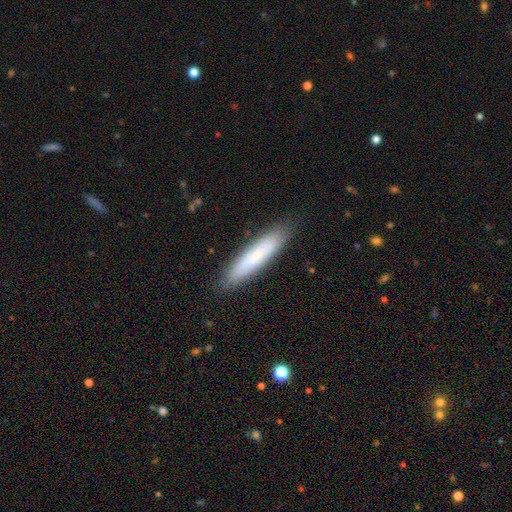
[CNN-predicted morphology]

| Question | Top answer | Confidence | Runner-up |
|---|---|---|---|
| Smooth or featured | smooth | 72% | featured or disk (21%) |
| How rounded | cigar-shaped | 86% | in between (13%) |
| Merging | none | 87% | minor disturbance (10%) |